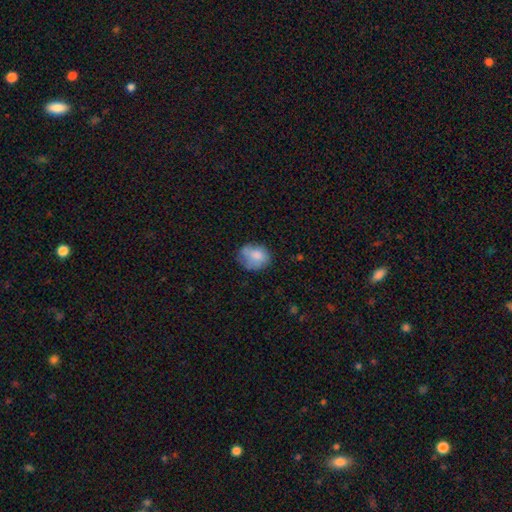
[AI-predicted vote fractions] Overall: smooth (75%). How rounded: round (55%; in between 44%). Merging: none (53%; minor disturbance 30%).